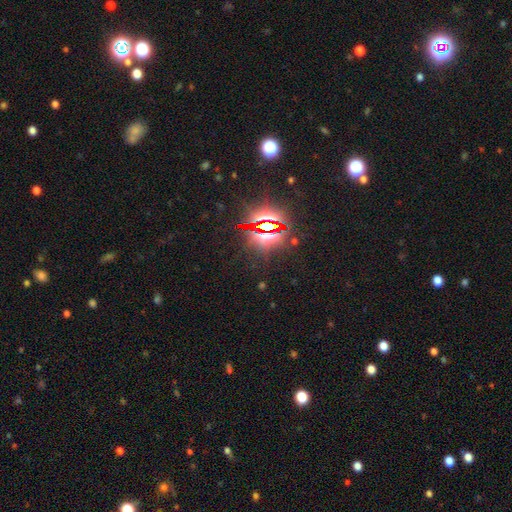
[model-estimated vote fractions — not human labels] The model was most divided on "smooth or featured": star or artifact: 86%, smooth: 8%, featured or disk: 6%.